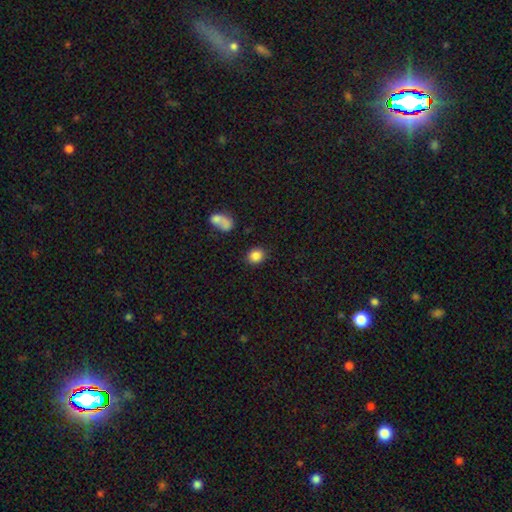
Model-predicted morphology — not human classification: Smooth or featured? Predicted: smooth (p=0.86). How rounded? Predicted: round (p=0.70). Merging? Predicted: none (p=0.86).